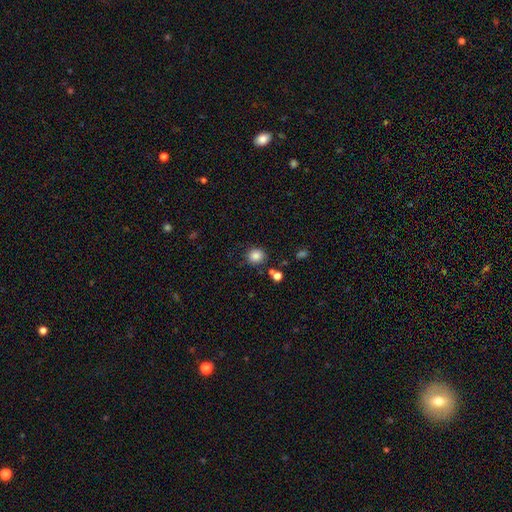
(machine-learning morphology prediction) This appears to be a smooth galaxy with no disk features (85%) that is round (86%). Merging: none (82%).